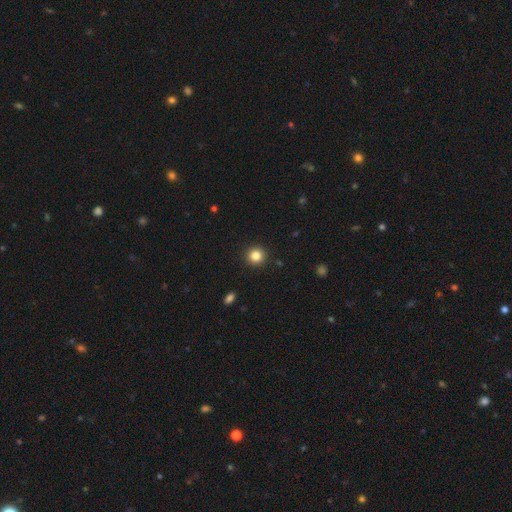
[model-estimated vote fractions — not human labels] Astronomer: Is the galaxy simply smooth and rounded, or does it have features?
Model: smooth — 83%.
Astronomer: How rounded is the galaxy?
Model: round — 94%.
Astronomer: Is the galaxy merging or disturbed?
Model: none — 92%.